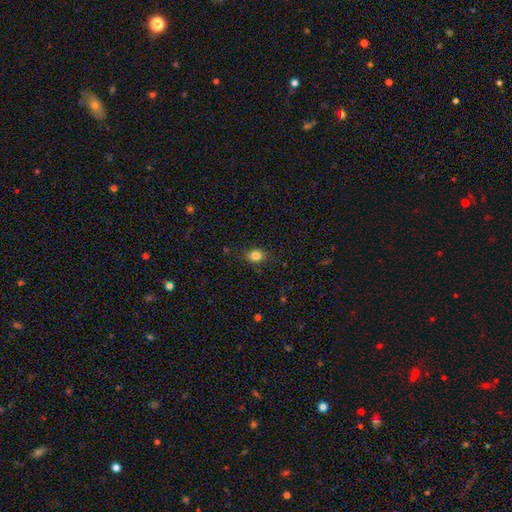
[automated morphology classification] Smooth or featured? smooth (84%)
How rounded? in between (58%)
Merging? none (82%)